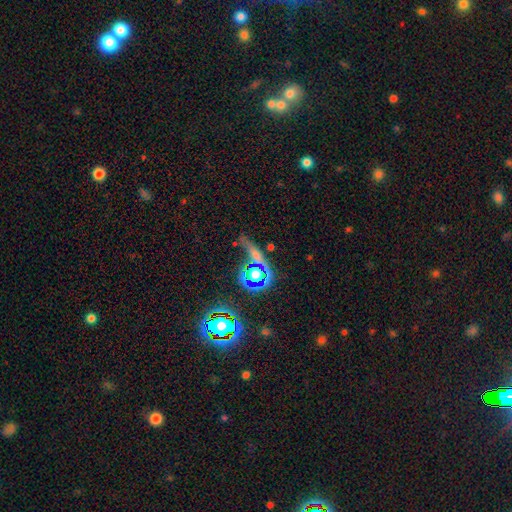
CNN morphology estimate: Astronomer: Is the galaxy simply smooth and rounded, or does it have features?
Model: star or artifact — 51% (runner-up: smooth, 31%).